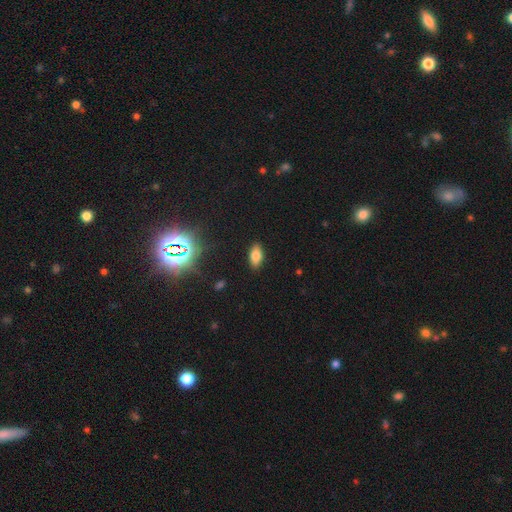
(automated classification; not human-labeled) smooth 77%, star or artifact 13%, featured or disk 10%. Down the decision tree: how rounded — in between (90%); merging — none (89%).